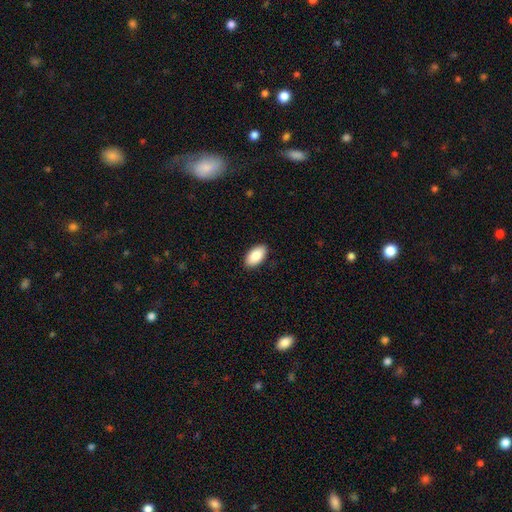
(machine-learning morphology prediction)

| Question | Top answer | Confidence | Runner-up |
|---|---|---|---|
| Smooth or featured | smooth | 88% | featured or disk (6%) |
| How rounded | in between | 95% | cigar-shaped (2%) |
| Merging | none | 90% | minor disturbance (8%) |